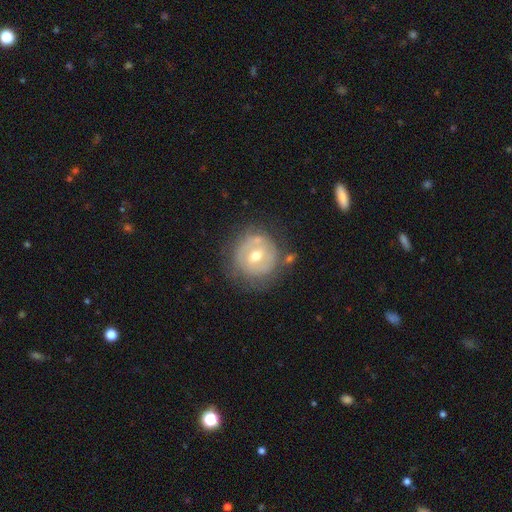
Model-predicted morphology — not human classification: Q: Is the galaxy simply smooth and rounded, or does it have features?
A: featured or disk — 60%.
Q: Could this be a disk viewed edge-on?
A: no — 96%.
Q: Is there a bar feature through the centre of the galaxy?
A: weak — 44%.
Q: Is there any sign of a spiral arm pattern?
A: no — 54%.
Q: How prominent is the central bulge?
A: moderate — 69%.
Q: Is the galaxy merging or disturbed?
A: none — 66%.